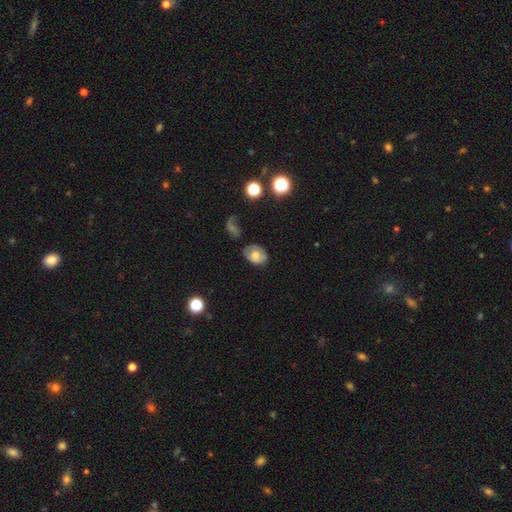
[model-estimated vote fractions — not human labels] Smooth or featured? smooth (63%)
How rounded? in between (72%)
Merging? none (61%)